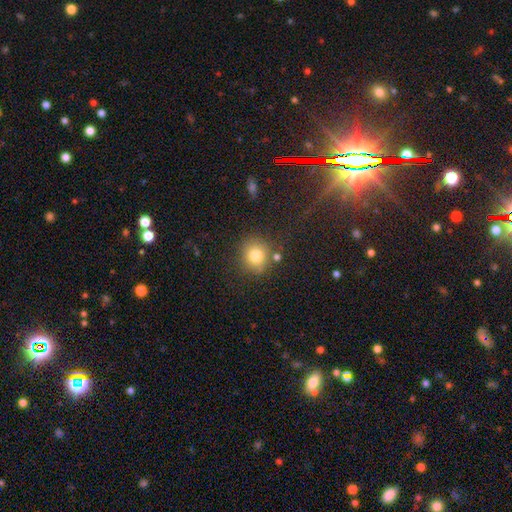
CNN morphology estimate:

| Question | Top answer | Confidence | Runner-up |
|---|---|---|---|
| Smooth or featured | smooth | 80% | star or artifact (12%) |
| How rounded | round | 86% | in between (13%) |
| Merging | none | 79% | minor disturbance (11%) |